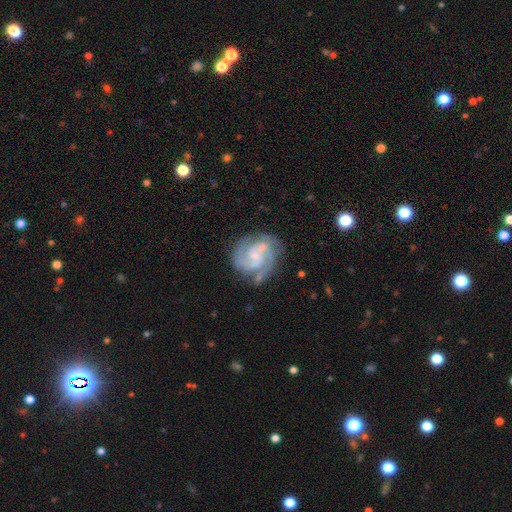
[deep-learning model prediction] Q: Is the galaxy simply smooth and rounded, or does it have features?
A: featured or disk — 87%.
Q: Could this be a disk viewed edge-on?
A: no — 98%.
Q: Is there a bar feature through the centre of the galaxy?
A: no — 52%.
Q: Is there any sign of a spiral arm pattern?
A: yes — 97%.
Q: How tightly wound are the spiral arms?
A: tight — 46%.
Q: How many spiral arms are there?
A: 2 — 49%.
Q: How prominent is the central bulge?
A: small — 57%.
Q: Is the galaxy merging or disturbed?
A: none — 70%.